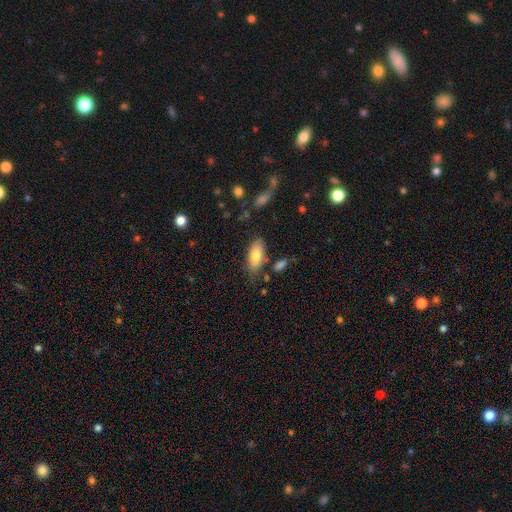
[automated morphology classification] A smooth galaxy with no disk features (78%) that is in between round and cigar-shaped (87%). Merging: none (71%).